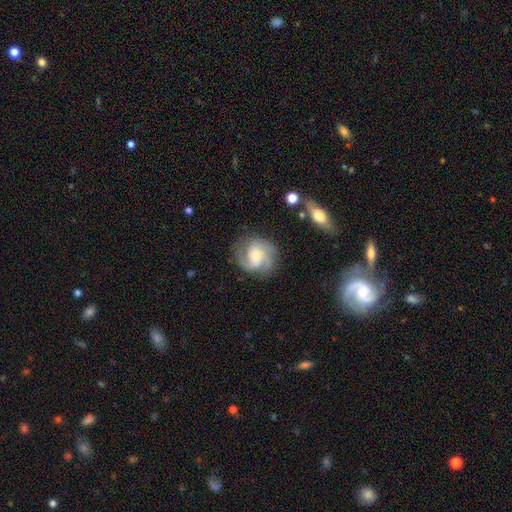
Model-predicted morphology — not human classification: smooth-or-featured: featured or disk: 83% | smooth: 12% | star or artifact: 6%
  disk-edge-on: no: 98% | yes: 2%
    bar: no: 62% | weak: 31% | strong: 6%
    has-spiral-arms: yes: 96% | no: 4%
      spiral-winding: medium: 45% | tight: 43% | loose: 12%
      spiral-arm-count: 3: 47% | 2: 26% | can't tell: 13% | 4: 6% | 1: 5% | more than 4: 4%
    bulge-size: moderate: 50% | small: 44% | large: 3% | none: 2% | dominant: 1%
  merging: none: 74% | minor disturbance: 17% | major disturbance: 8% | merger: 2%